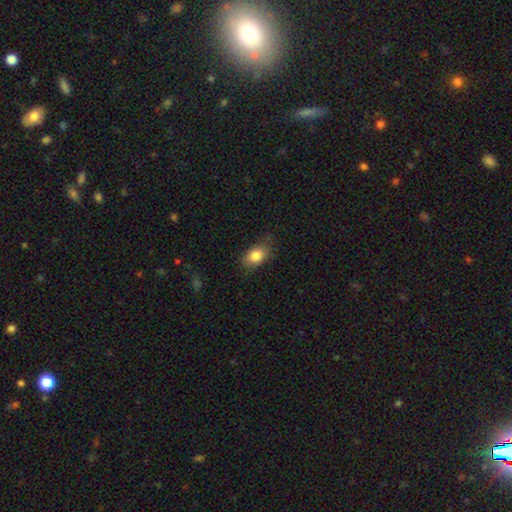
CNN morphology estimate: type=smooth (83%); roundness=in between (84%); merging=none (70%).